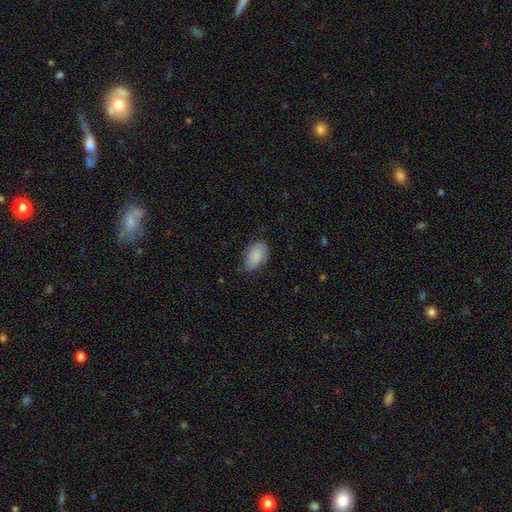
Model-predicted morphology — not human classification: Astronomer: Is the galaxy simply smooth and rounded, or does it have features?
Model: smooth — 81%.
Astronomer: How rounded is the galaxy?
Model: in between — 93%.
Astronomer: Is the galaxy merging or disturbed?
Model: none — 74%.